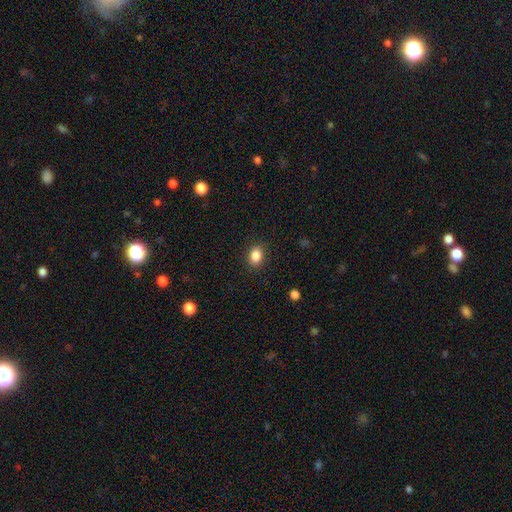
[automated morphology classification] Smooth or featured? Predicted: smooth (p=0.87). How rounded? Predicted: in between (p=0.66). Merging? Predicted: none (p=0.89).